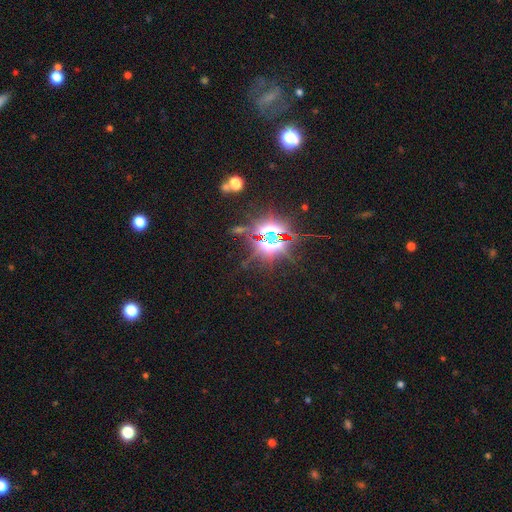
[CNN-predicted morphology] smooth_or_featured: star or artifact (p=0.84) [alt: smooth p=0.10]